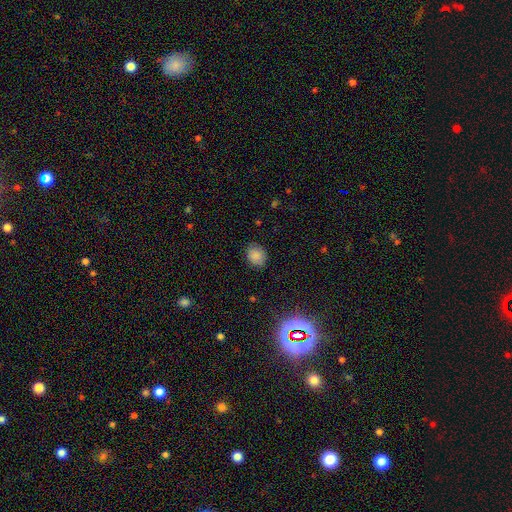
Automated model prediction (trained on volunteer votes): smooth_or_featured: smooth (p=0.84) [alt: star or artifact p=0.11]
how_rounded: round (p=0.62) [alt: in between p=0.38]
merging: none (p=0.84) [alt: minor disturbance p=0.12]